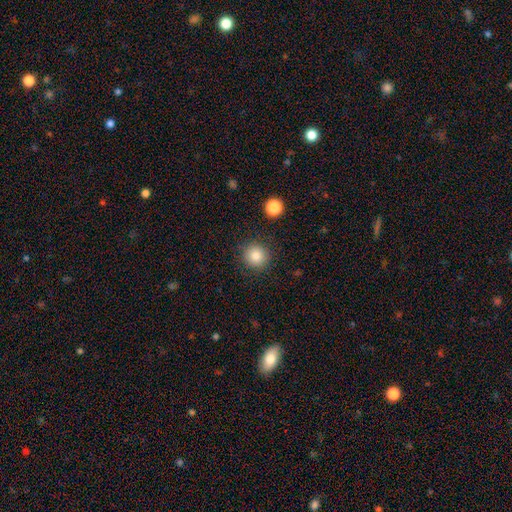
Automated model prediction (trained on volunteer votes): Q: Smooth or featured?
A: smooth (83%); runner-up: star or artifact (11%)
Q: How rounded?
A: round (93%); runner-up: in between (6%)
Q: Merging?
A: none (89%); runner-up: minor disturbance (7%)